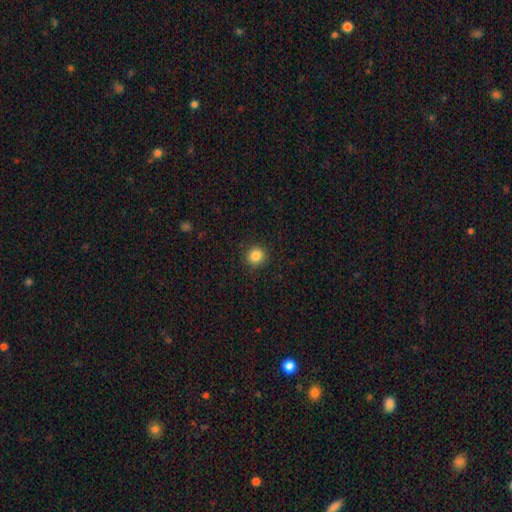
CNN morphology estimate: Smooth or featured? Predicted: smooth (p=0.85). How rounded? Predicted: round (p=0.92). Merging? Predicted: none (p=0.91).